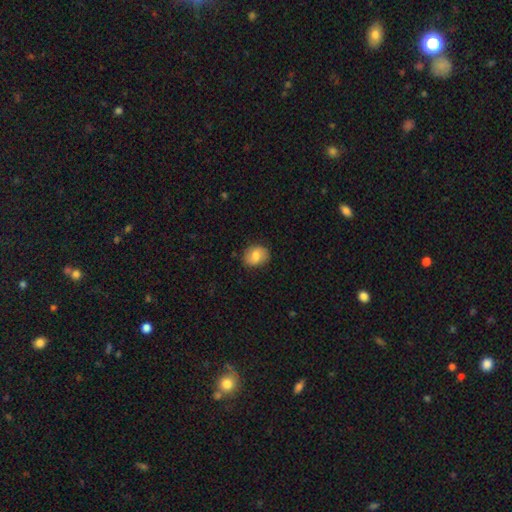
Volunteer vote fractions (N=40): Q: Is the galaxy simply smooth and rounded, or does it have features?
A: smooth — 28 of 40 (70%).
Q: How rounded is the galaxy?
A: in between — 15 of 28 (54%).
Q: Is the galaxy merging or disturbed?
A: none — 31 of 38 (82%).